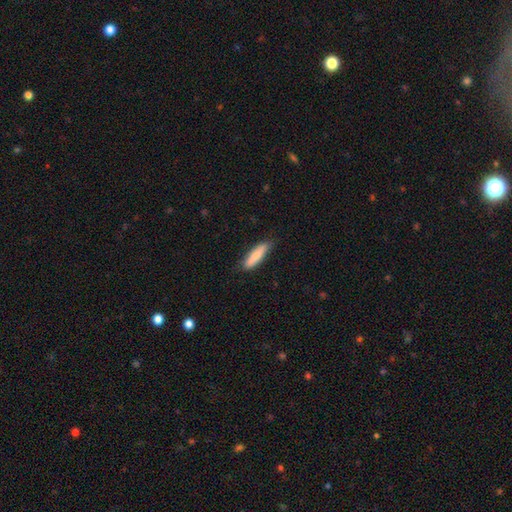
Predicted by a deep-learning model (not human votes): smooth_or_featured: smooth (p=0.80) [alt: featured or disk p=0.14]
how_rounded: cigar-shaped (p=0.71) [alt: in between p=0.27]
merging: none (p=0.82) [alt: minor disturbance p=0.15]